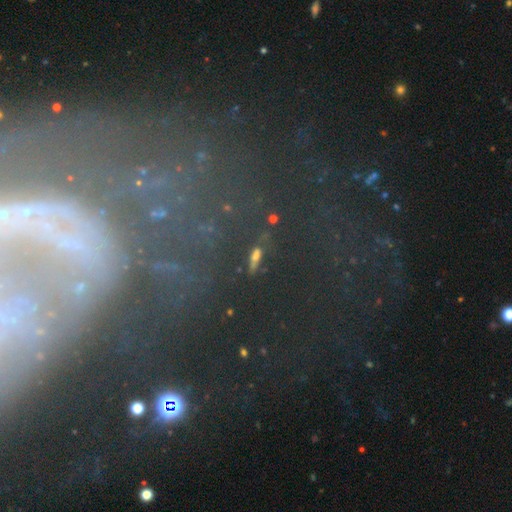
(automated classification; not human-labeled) This is possibly a smooth galaxy (54%). How rounded: possibly in between (46%). Merging: likely none (72%).